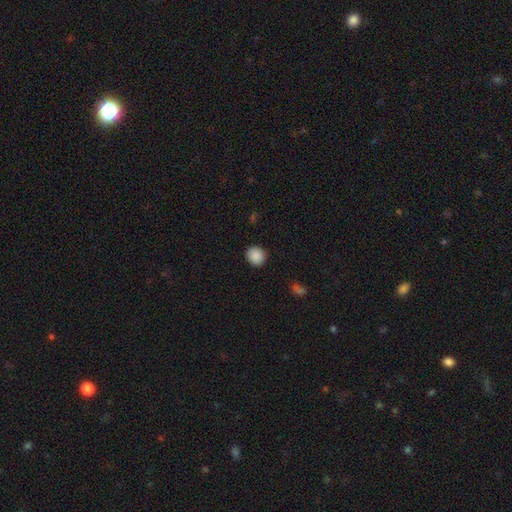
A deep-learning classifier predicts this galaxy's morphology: This appears to be a smooth galaxy with no disk features (89%) that is round (82%). Merging: none (89%).